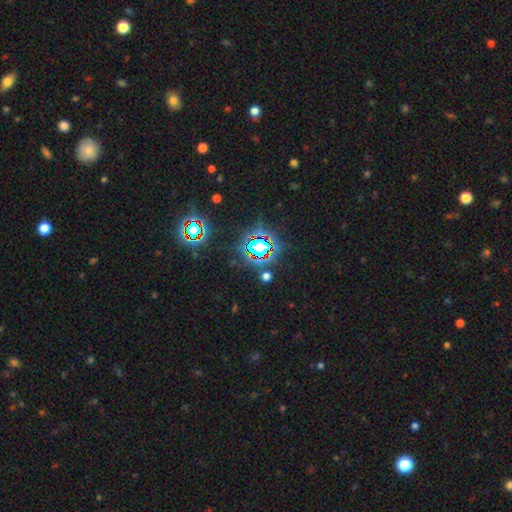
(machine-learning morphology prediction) type=star or artifact (74%).